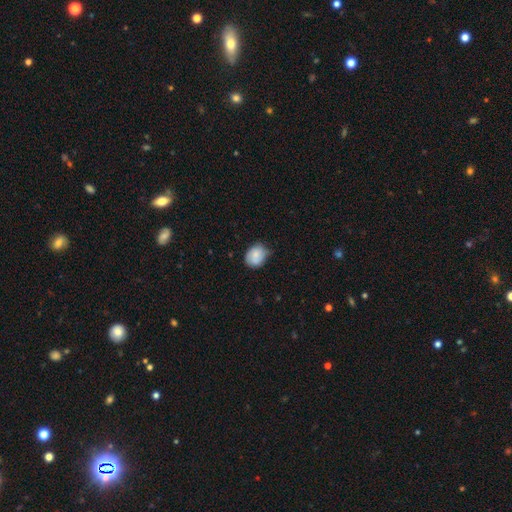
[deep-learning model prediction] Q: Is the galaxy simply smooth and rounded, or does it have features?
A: smooth — 77%.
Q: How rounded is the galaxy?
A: round — 51%.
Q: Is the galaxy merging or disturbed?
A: none — 62%.